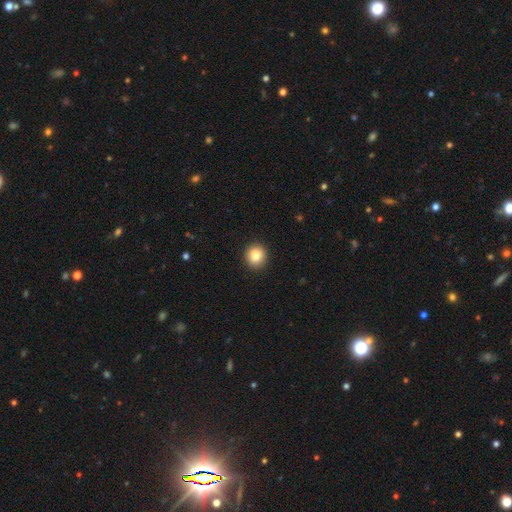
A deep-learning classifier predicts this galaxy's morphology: A smooth galaxy with no disk features (84%) that is round (86%).

Vote fractions:
- Smooth or featured? smooth: 84% / star or artifact: 9% / featured or disk: 6%
- How rounded? round: 86% / in between: 13% / cigar-shaped: 1%
- Merging? none: 91% / minor disturbance: 6% / major disturbance: 2% / merger: 1%